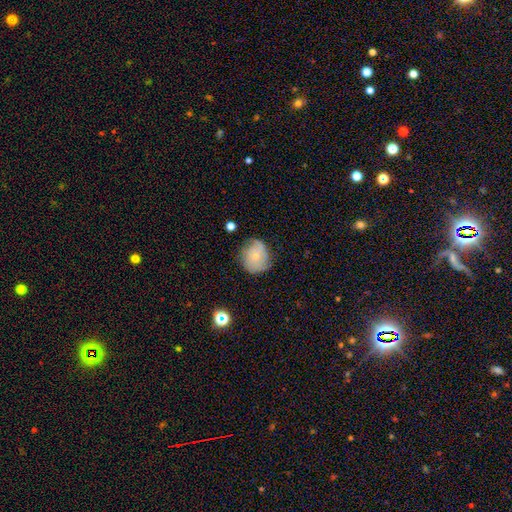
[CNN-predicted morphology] Overall: smooth (53%; featured or disk 38%). How rounded: round (76%). Merging: none (64%; minor disturbance 26%).